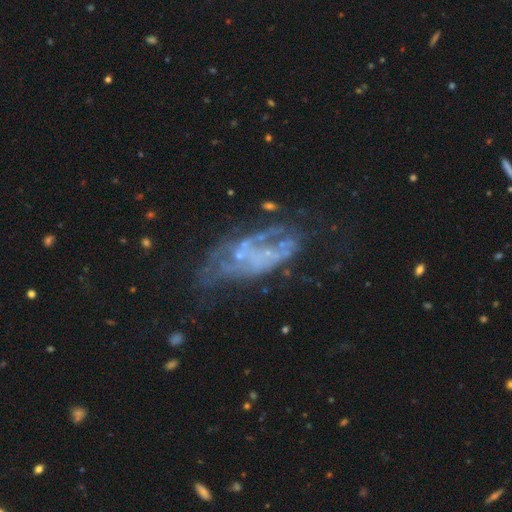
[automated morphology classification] This is likely a featured or disk galaxy (68%). It is clearly not viewed edge-on (94%). Bar: clearly no (85%). Spiral arm pattern: likely no (71%). Central bulge: likely none (70%). Merging: marginally none (35%, tied with major disturbance).